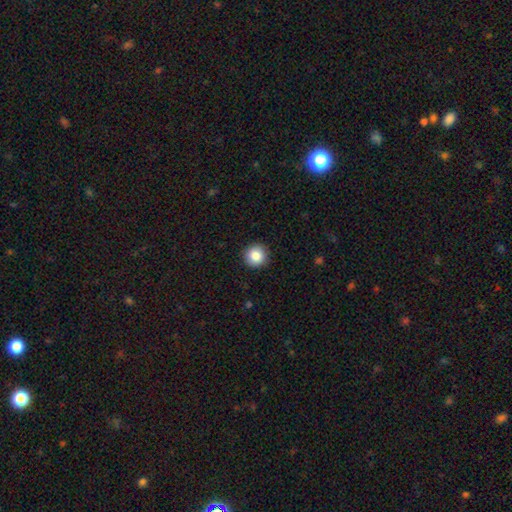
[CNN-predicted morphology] This appears to be a smooth galaxy with no disk features (86%) that is round (95%). Merging: none (92%).